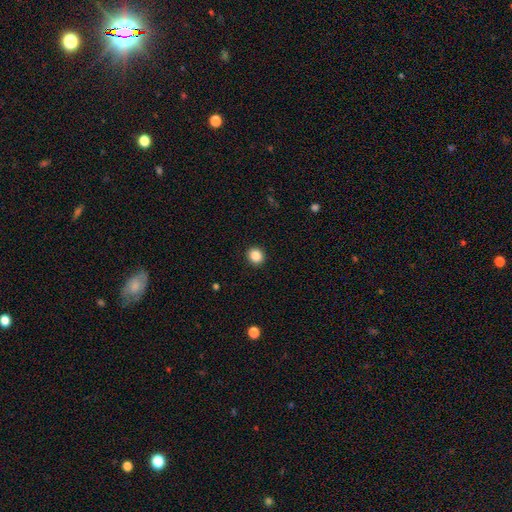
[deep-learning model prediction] smooth-or-featured: smooth: 87% | star or artifact: 10% | featured or disk: 3%
  how-rounded: round: 79% | in between: 20% | cigar-shaped: 1%
  merging: none: 92% | minor disturbance: 5% | major disturbance: 2% | merger: 1%